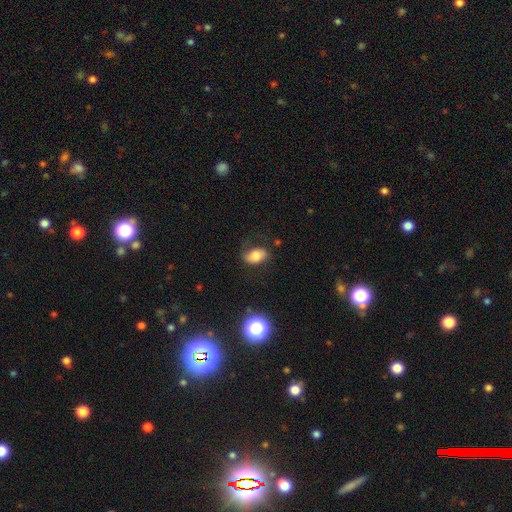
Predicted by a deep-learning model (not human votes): Smooth or featured?
  - smooth: 67% *
  - featured or disk: 22%
  - star or artifact: 10%
How rounded?
  - in between: 86% *
  - round: 12%
  - cigar-shaped: 2%
Merging?
  - none: 61% *
  - minor disturbance: 23%
  - major disturbance: 13%
  - merger: 2%